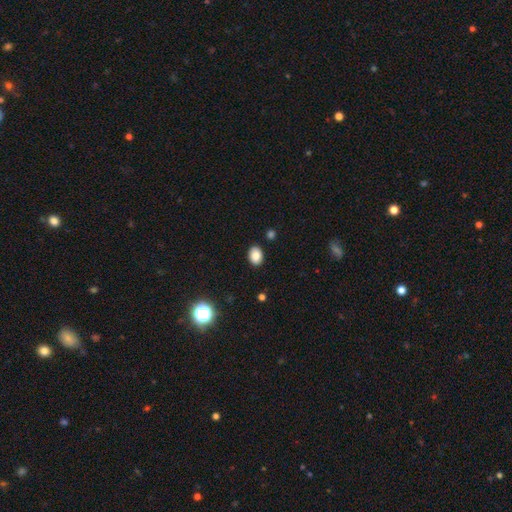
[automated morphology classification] smooth 85%, star or artifact 9%, featured or disk 5%. Down the decision tree: how rounded — in between (74%); merging — none (88%).